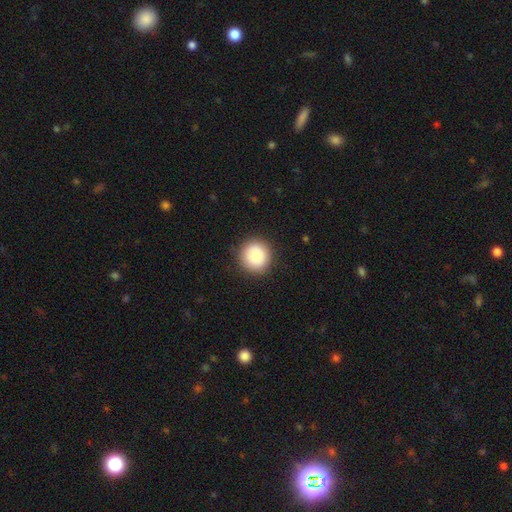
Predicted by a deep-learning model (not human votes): This is clearly a smooth galaxy (86%). How rounded: clearly round (95%). Merging: clearly none (91%).